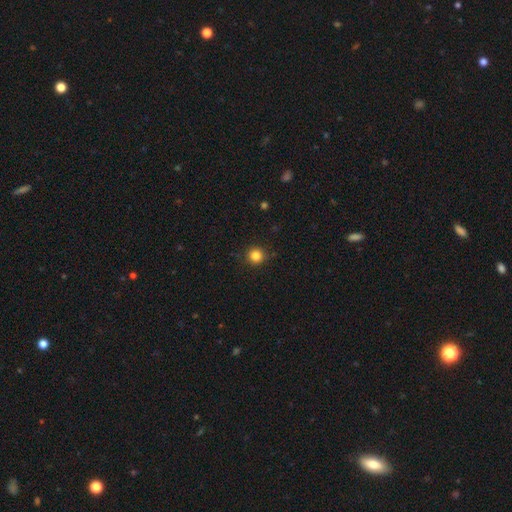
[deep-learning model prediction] smooth 84%, star or artifact 12%, featured or disk 4%. Down the decision tree: how rounded — round (93%); merging — none (89%).